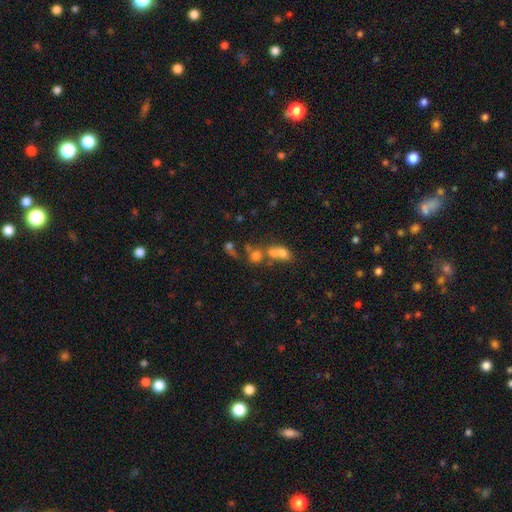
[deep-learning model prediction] The model was most divided on "merging": merger: 55%, none: 31%, minor disturbance: 7%, major disturbance: 7%. More confident: how rounded — round (67%); smooth or featured — smooth (63%).